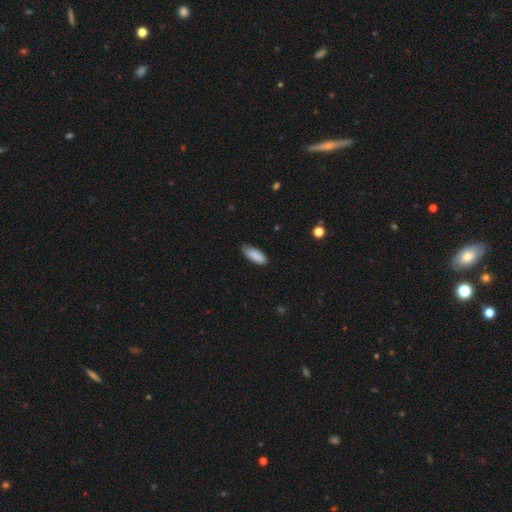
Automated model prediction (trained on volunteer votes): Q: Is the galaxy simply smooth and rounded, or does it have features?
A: smooth — 88%.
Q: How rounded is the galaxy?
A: in between — 74%.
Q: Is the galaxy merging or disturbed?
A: none — 73%.